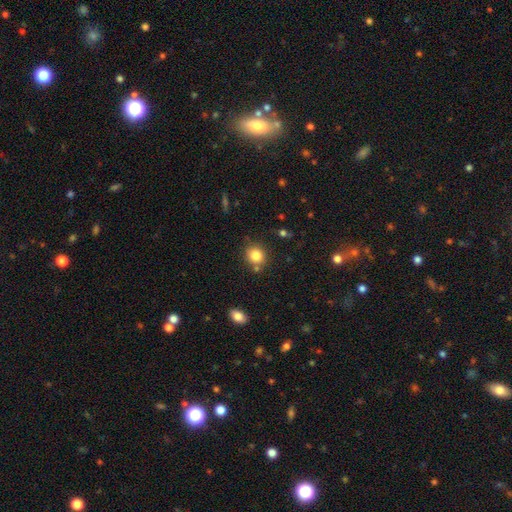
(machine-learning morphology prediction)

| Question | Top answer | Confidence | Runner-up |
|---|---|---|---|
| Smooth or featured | smooth | 83% | star or artifact (10%) |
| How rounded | round | 81% | in between (18%) |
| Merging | none | 79% | minor disturbance (10%) |